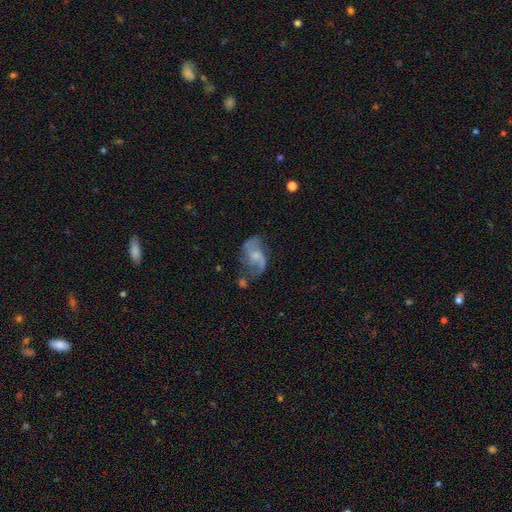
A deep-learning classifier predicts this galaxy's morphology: Smooth or featured?
  - featured or disk: 80% *
  - smooth: 13%
  - star or artifact: 7%
Edge-on disk?
  - no: 97% *
  - yes: 3%
Bar?
  - no: 56% *
  - weak: 38%
  - strong: 6%
Spiral arms?
  - yes: 92% *
  - no: 8%
Spiral winding?
  - loose: 54% *
  - medium: 37%
  - tight: 9%
Spiral arm count?
  - 2: 85% *
  - can't tell: 5%
  - 1: 4%
  - 3: 3%
  - 4: 1%
  - more than 4: 1%
Bulge size?
  - small: 48% *
  - moderate: 32%
  - none: 15%
  - large: 3%
  - dominant: 1%
Merging?
  - none: 50% *
  - minor disturbance: 23%
  - major disturbance: 20%
  - merger: 7%